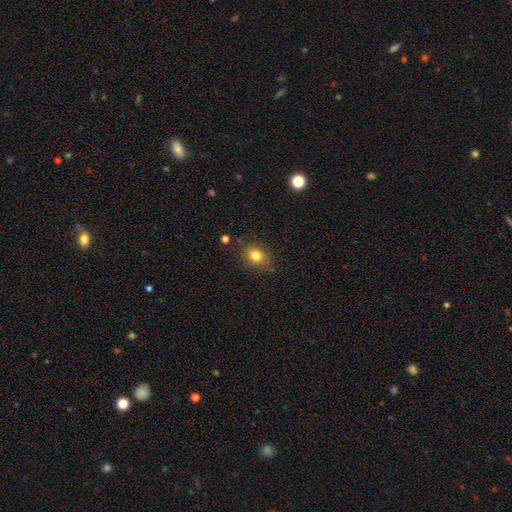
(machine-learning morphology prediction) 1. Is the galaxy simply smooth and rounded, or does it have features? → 82% smooth, 11% star or artifact, 7% featured or disk.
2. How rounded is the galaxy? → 54% round, 45% in between, 1% cigar-shaped.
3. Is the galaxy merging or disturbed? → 80% none, 13% minor disturbance, 4% major disturbance, 3% merger.